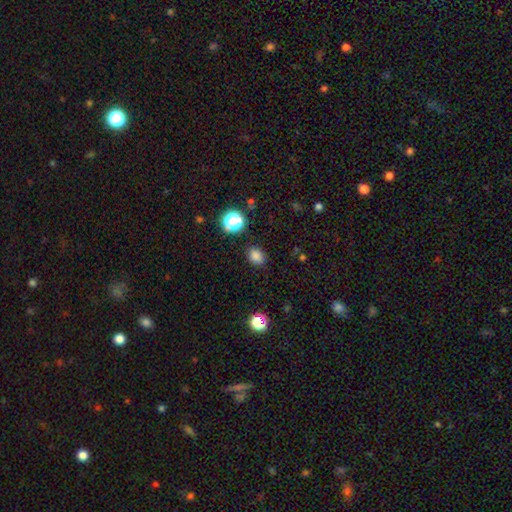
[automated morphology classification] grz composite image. It shows a smooth galaxy with no disk features (80%) that is round (51%). Merging: none (85%).